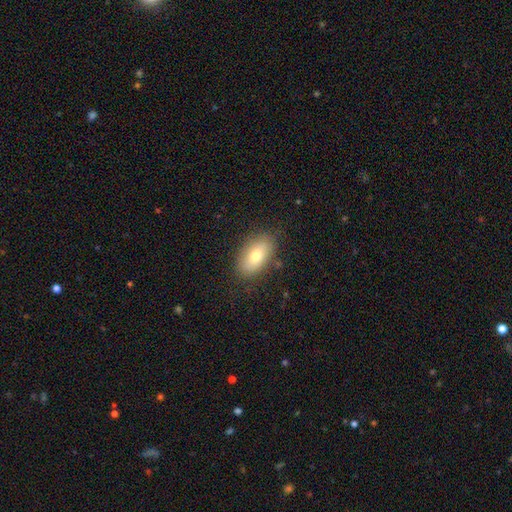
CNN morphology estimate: A smooth galaxy with no disk features (72%) that is in between round and cigar-shaped (91%).

Vote fractions:
- Smooth or featured? smooth: 72% / featured or disk: 20% / star or artifact: 8%
- How rounded? in between: 91% / round: 6% / cigar-shaped: 4%
- Merging? none: 83% / minor disturbance: 13% / major disturbance: 3% / merger: 1%